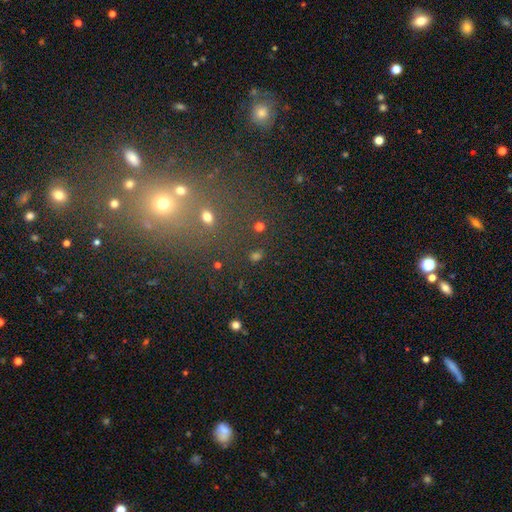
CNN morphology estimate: Smooth or featured?
  - star or artifact: 49% *
  - smooth: 40%
  - featured or disk: 10%